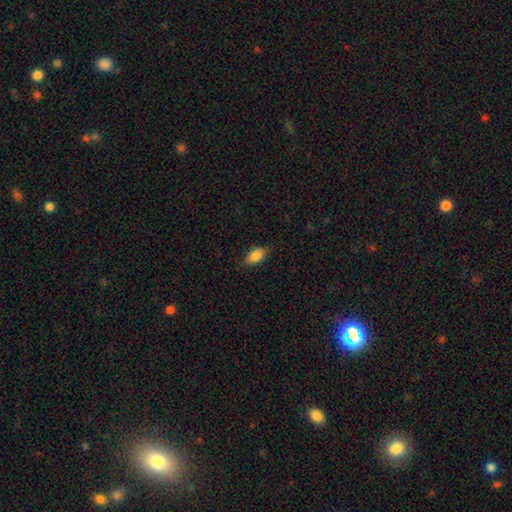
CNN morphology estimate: Q: Smooth or featured?
A: smooth (86%); runner-up: star or artifact (8%)
Q: How rounded?
A: in between (90%); runner-up: round (6%)
Q: Merging?
A: none (81%); runner-up: minor disturbance (15%)